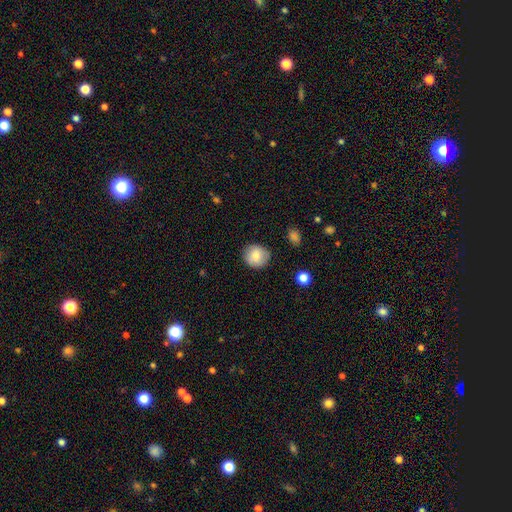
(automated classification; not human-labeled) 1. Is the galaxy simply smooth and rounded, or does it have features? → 81% smooth, 11% featured or disk, 8% star or artifact.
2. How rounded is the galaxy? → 86% round, 13% in between, 1% cigar-shaped.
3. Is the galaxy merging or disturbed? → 86% none, 10% minor disturbance, 2% major disturbance, 1% merger.